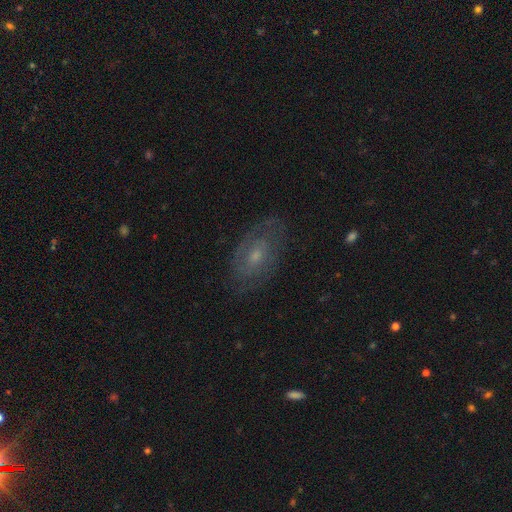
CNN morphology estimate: type=featured or disk (64%); edge-on=no (94%); bar=no (63%); spiral arms=yes (74%); bulge=moderate (48%); merging=none (74%).